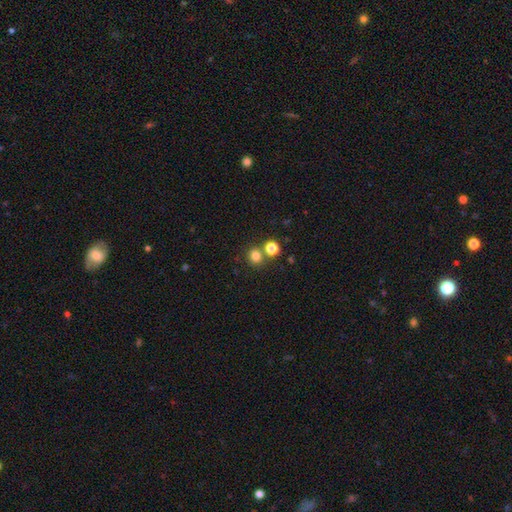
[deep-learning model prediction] smooth_or_featured: smooth (p=0.79) [alt: star or artifact p=0.15]
how_rounded: round (p=0.88) [alt: in between p=0.11]
merging: none (p=0.70) [alt: merger p=0.20]